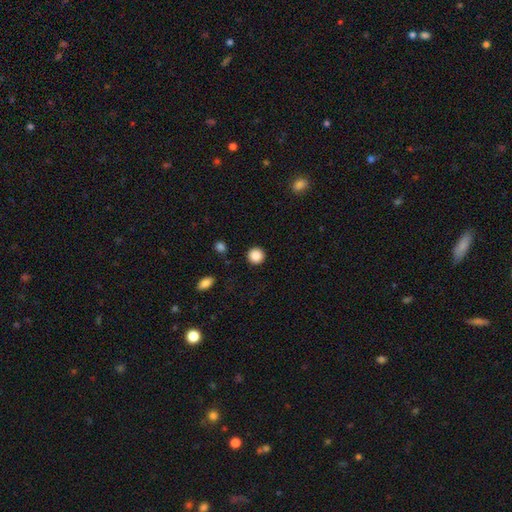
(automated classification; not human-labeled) Smooth or featured?
  - smooth: 88% *
  - star or artifact: 9%
  - featured or disk: 3%
How rounded?
  - round: 95% *
  - in between: 4%
  - cigar-shaped: 1%
Merging?
  - none: 92% *
  - minor disturbance: 5%
  - major disturbance: 2%
  - merger: 1%